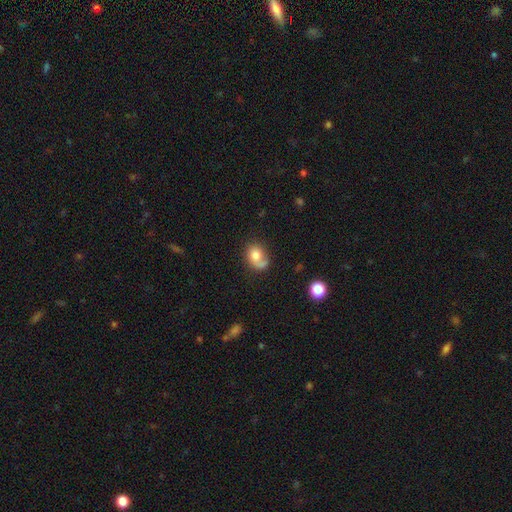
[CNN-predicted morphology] This appears to be a smooth galaxy with no disk features (68%) that is in between round and cigar-shaped (52%). Merging: none (44%).